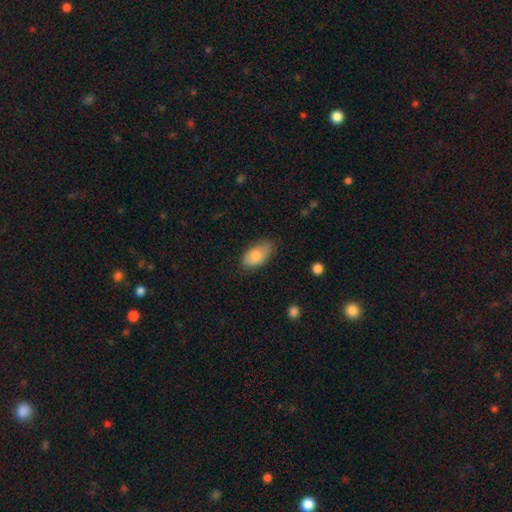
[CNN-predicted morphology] Smooth or featured? Predicted: smooth (p=0.81). How rounded? Predicted: in between (p=0.93). Merging? Predicted: none (p=0.71).